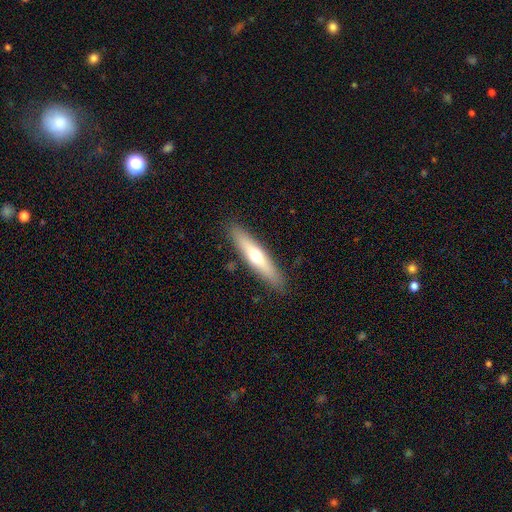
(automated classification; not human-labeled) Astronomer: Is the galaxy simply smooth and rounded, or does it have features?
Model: smooth — 51% (runner-up: featured or disk, 43%).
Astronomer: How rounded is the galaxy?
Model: cigar-shaped — 82%.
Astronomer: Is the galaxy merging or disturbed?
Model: none — 89%.